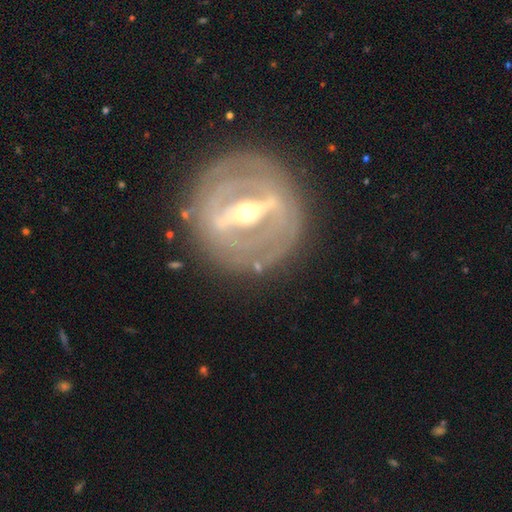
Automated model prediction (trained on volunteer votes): Smooth or featured? Predicted: featured or disk (p=0.88). Edge-on disk? Predicted: no (p=0.71). Bar? Predicted: strong (p=0.84). Spiral arms? Predicted: yes (p=0.55). Bulge size? Predicted: moderate (p=0.67). Merging? Predicted: none (p=0.85).